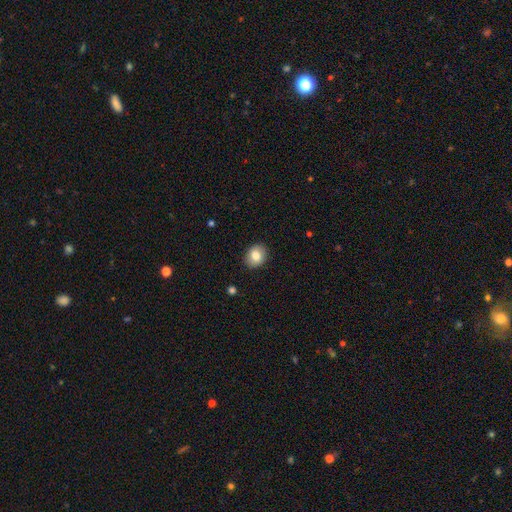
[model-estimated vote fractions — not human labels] This is clearly a smooth galaxy (83%). How rounded: possibly round (52%). Merging: clearly none (89%).